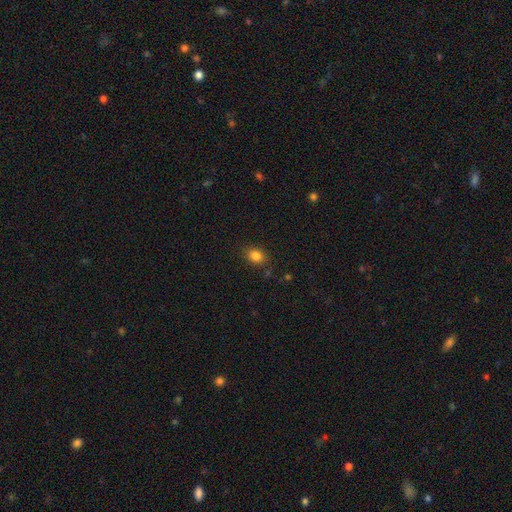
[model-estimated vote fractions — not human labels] smooth-or-featured: smooth: 84% | star or artifact: 11% | featured or disk: 5%
  how-rounded: in between: 56% | round: 43% | cigar-shaped: 1%
  merging: none: 83% | minor disturbance: 12% | major disturbance: 3% | merger: 2%